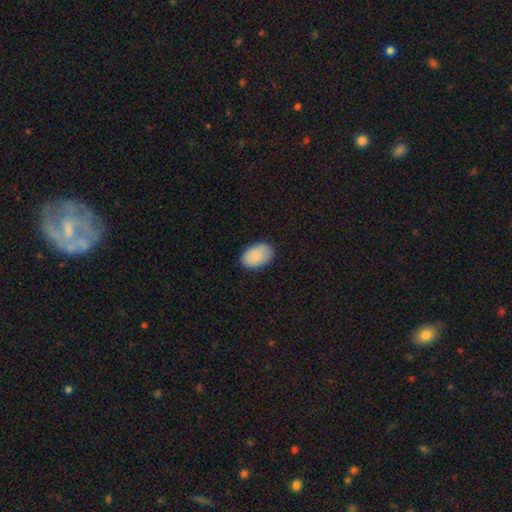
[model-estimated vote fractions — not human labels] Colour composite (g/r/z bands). It shows a smooth galaxy with no disk features (89%) that is in between round and cigar-shaped (90%). Merging: none (83%).